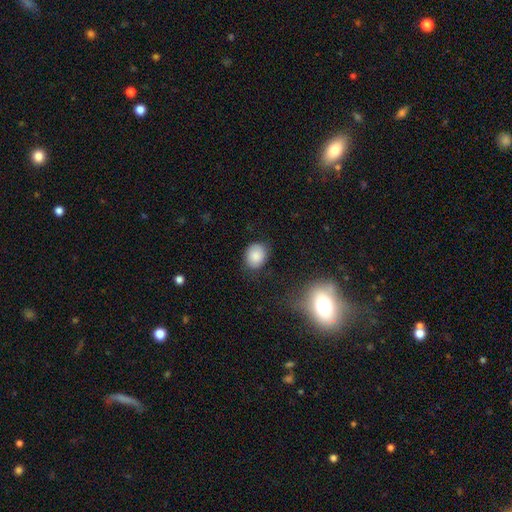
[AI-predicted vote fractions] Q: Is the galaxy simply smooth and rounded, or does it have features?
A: smooth — 82%.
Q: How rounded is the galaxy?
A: round — 50%.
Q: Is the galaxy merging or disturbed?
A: none — 78%.